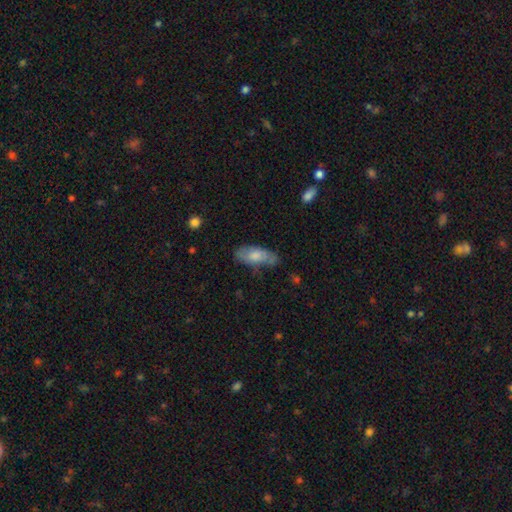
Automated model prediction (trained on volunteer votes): smooth-or-featured: smooth: 68% | featured or disk: 26% | star or artifact: 6%
  how-rounded: in between: 82% | cigar-shaped: 15% | round: 2%
  merging: none: 59% | minor disturbance: 30% | major disturbance: 9% | merger: 3%